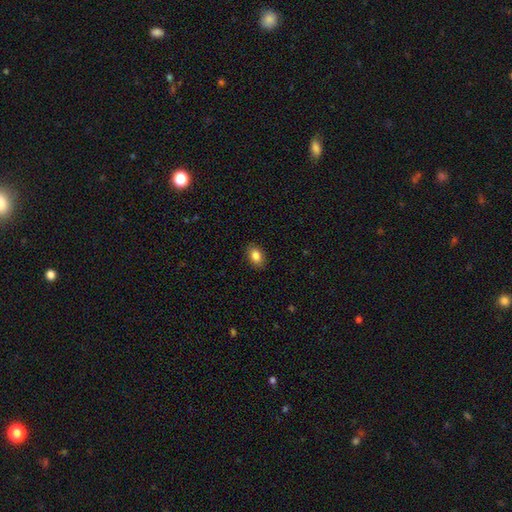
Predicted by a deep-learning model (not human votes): smooth-or-featured: smooth: 85% | star or artifact: 8% | featured or disk: 7%
  how-rounded: in between: 83% | round: 16% | cigar-shaped: 1%
  merging: none: 88% | minor disturbance: 9% | major disturbance: 2% | merger: 1%